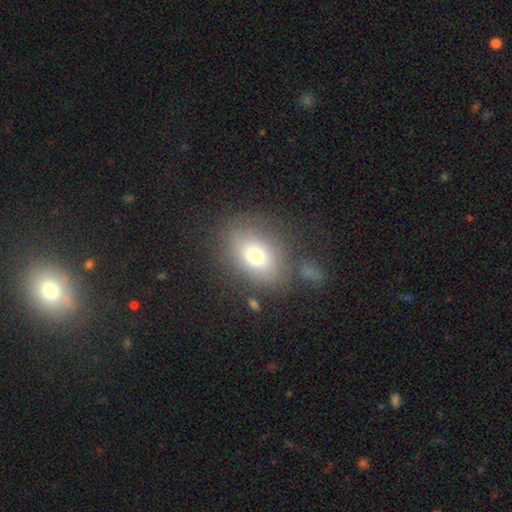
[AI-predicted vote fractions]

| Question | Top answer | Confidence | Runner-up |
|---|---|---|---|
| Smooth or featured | smooth | 72% | featured or disk (16%) |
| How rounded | in between | 69% | round (30%) |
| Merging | none | 71% | minor disturbance (14%) |